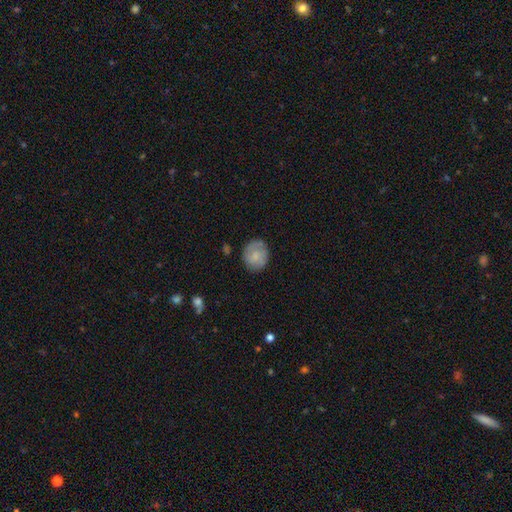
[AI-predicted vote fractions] smooth-or-featured: smooth: 67% | featured or disk: 26% | star or artifact: 7%
  how-rounded: round: 81% | in between: 18% | cigar-shaped: 1%
  merging: none: 75% | minor disturbance: 18% | major disturbance: 5% | merger: 2%